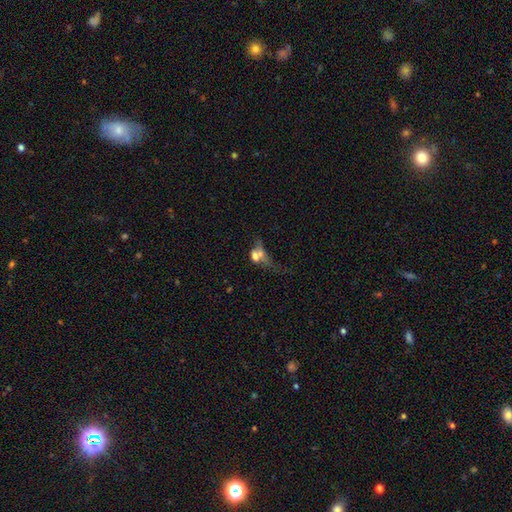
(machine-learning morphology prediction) A smooth galaxy with no disk features (51%) that is in between round and cigar-shaped (56%).

Vote fractions:
- Smooth or featured? smooth: 51% / featured or disk: 33% / star or artifact: 16%
- How rounded? in between: 56% / round: 33% / cigar-shaped: 11%
- Merging? merger: 48% / major disturbance: 24% / none: 18% / minor disturbance: 10%